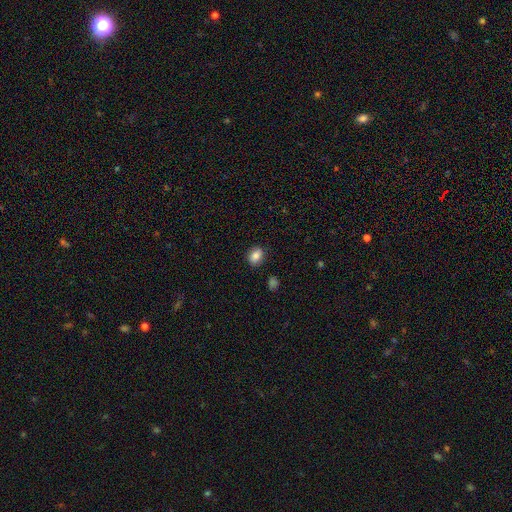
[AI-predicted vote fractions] Smooth or featured: smooth — 84% (star or artifact — 9%)
How rounded: in between — 52% (round — 47%)
Merging: none — 87% (minor disturbance — 9%)